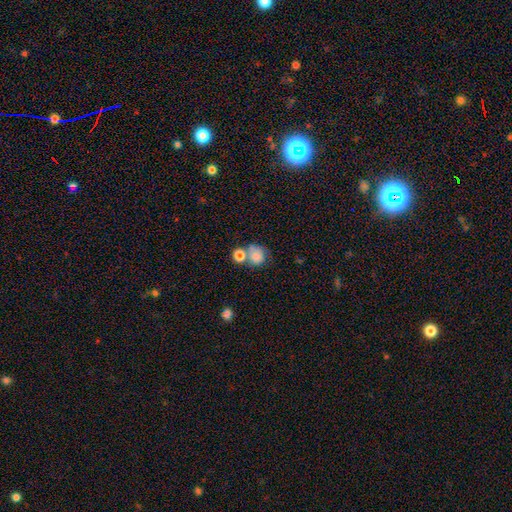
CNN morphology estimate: smooth 77%, featured or disk 13%, star or artifact 10%. Down the decision tree: how rounded — round (73%); merging — merger (42%).